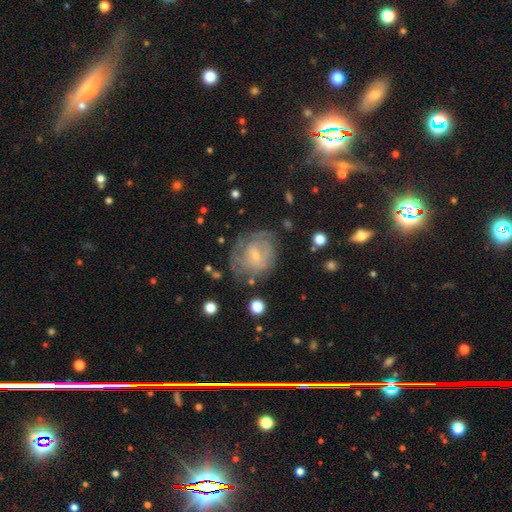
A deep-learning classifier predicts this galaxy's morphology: Overall: featured or disk (71%). Edge-on disk: no (97%). Bar: no (53%; weak 40%). Spiral arms: yes (79%). Spiral arm count: can't tell (52%; 2 20%). Spiral winding: tight (59%; medium 30%). Bulge size: small (74%). Merging: none (60%; minor disturbance 22%).